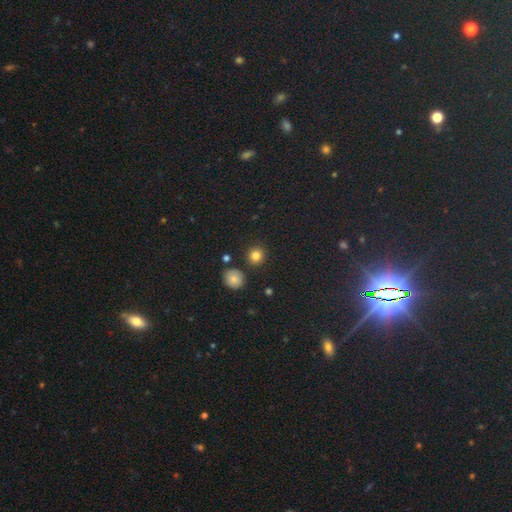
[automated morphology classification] Smooth or featured: smooth — 83% (star or artifact — 12%)
How rounded: round — 92% (in between — 7%)
Merging: none — 87% (minor disturbance — 6%)